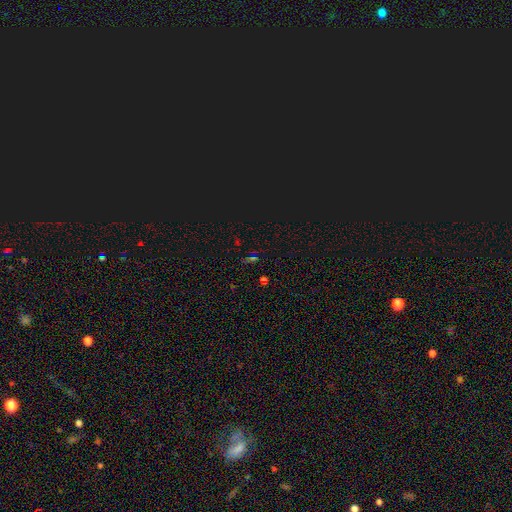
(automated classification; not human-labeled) Smooth or featured? Predicted: star or artifact (p=0.65).